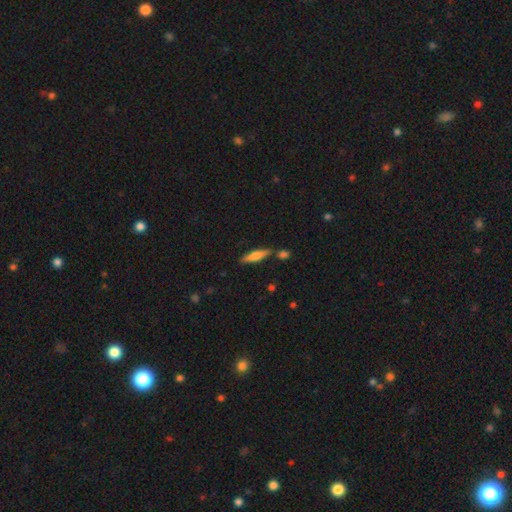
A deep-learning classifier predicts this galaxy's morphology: Q: Smooth or featured?
A: smooth (62%); runner-up: featured or disk (31%)
Q: How rounded?
A: cigar-shaped (78%); runner-up: in between (21%)
Q: Merging?
A: none (78%); runner-up: minor disturbance (11%)